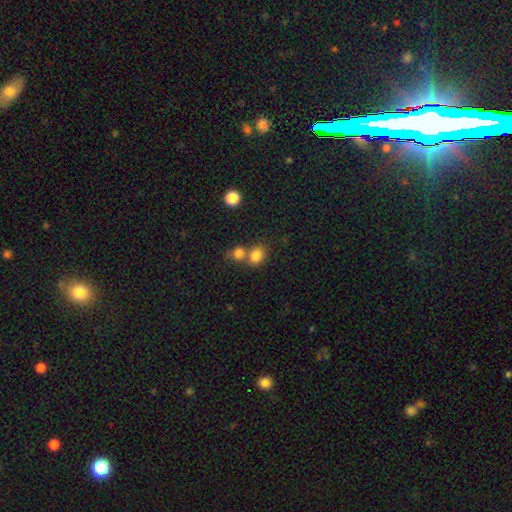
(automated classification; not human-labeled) This appears to be a smooth galaxy with no disk features (82%) that is round (56%). Merging: none (46%).